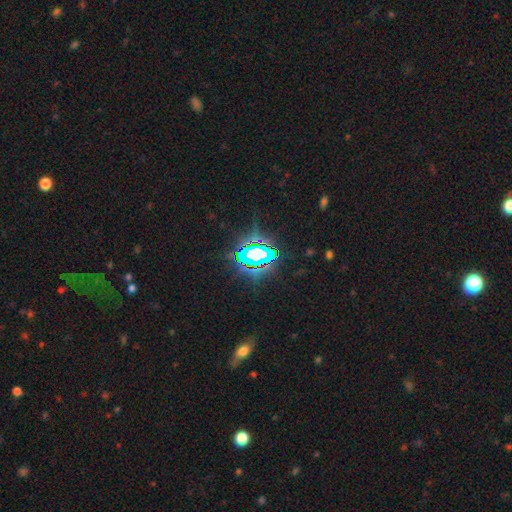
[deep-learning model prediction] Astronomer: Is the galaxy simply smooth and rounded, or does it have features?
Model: star or artifact — 71%.